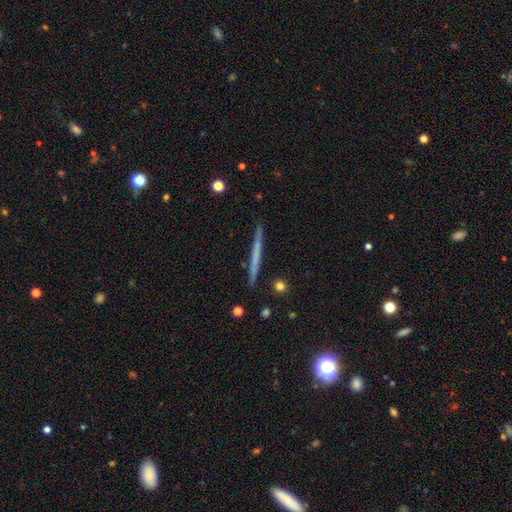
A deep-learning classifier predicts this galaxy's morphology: Overall: featured or disk (50%; smooth 44%). Merging: none (90%).